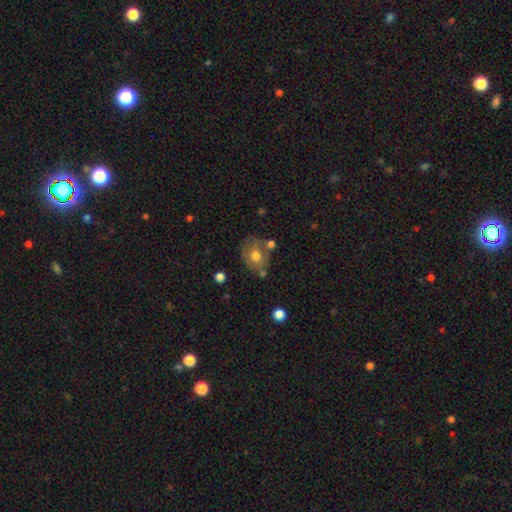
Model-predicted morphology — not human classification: smooth 59%, featured or disk 33%, star or artifact 8%. Down the decision tree: how rounded — round (56%); merging — none (57%).